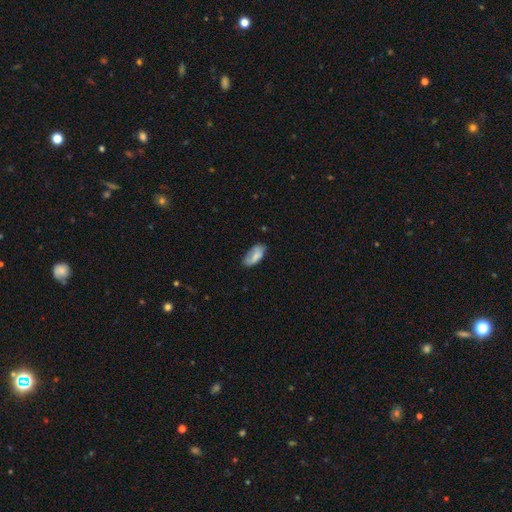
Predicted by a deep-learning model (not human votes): This appears to be a smooth galaxy with no disk features (73%) that is in between round and cigar-shaped (92%). Merging: none (61%).